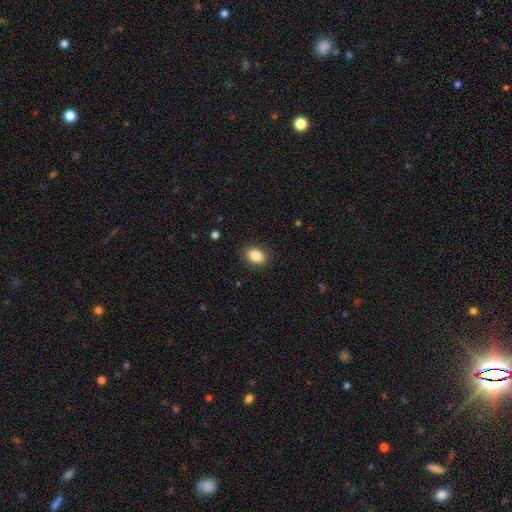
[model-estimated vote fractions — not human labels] smooth 86%, star or artifact 8%, featured or disk 6%. Down the decision tree: how rounded — in between (77%); merging — none (87%).